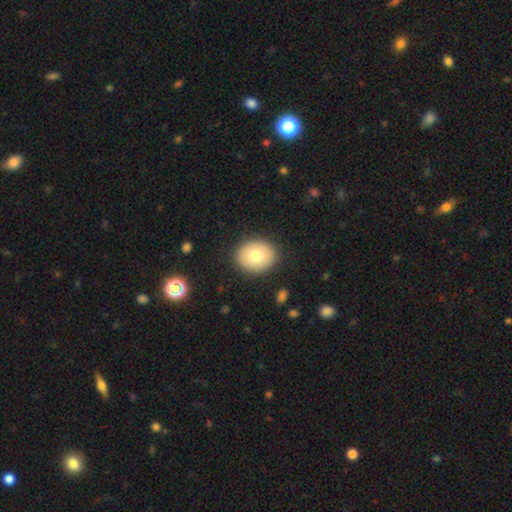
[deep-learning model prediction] A smooth galaxy with no disk features (76%) that is round (57%). Merging: none (88%).